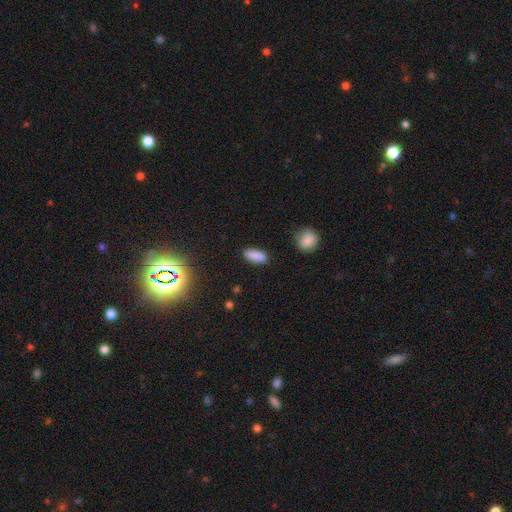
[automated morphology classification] Smooth or featured? smooth (87%)
How rounded? in between (76%)
Merging? none (85%)